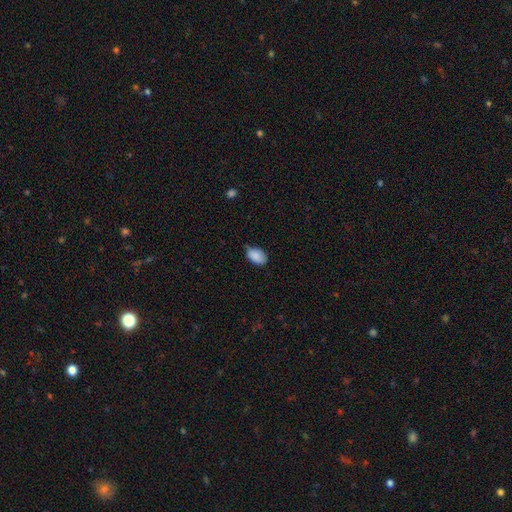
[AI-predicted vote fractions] smooth-or-featured: smooth: 88% | star or artifact: 7% | featured or disk: 5%
  how-rounded: in between: 90% | round: 9% | cigar-shaped: 1%
  merging: none: 60% | minor disturbance: 34% | major disturbance: 5% | merger: 2%